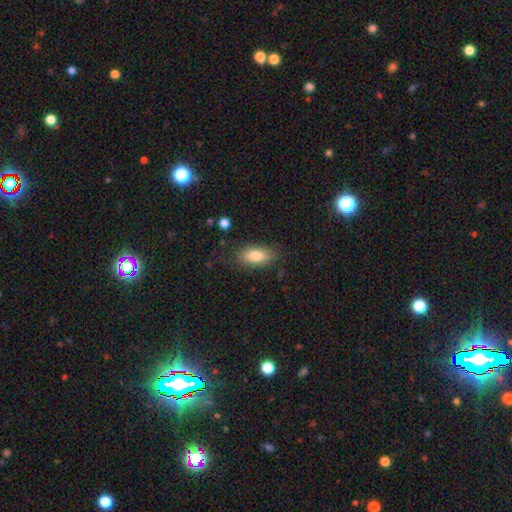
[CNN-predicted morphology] A smooth galaxy with no disk features (81%) that is in between round and cigar-shaped (83%).

Vote fractions:
- Smooth or featured? smooth: 81% / featured or disk: 12% / star or artifact: 7%
- How rounded? in between: 83% / cigar-shaped: 13% / round: 3%
- Merging? none: 80% / minor disturbance: 14% / major disturbance: 4% / merger: 2%